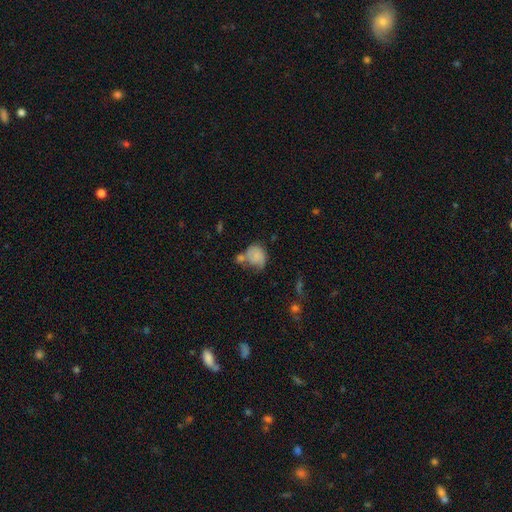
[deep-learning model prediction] Overall: smooth (73%). How rounded: round (60%; in between 39%). Merging: none (33%; merger 28%).